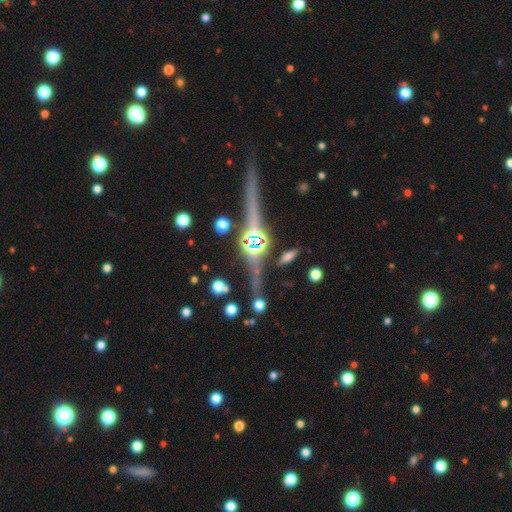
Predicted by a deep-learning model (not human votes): Smooth or featured: featured or disk — 85% (star or artifact — 9%)
Edge-on disk: yes — 97% (no — 3%)
Edge-on bulge: rounded — 92% (boxy — 4%)
Merging: none — 83% (minor disturbance — 9%)